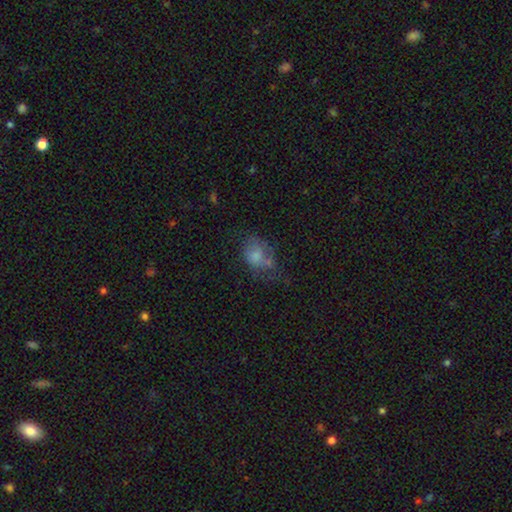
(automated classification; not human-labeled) This appears to be a smooth galaxy with no disk features (59%) that is in between round and cigar-shaped (69%). Merging: none (34%).